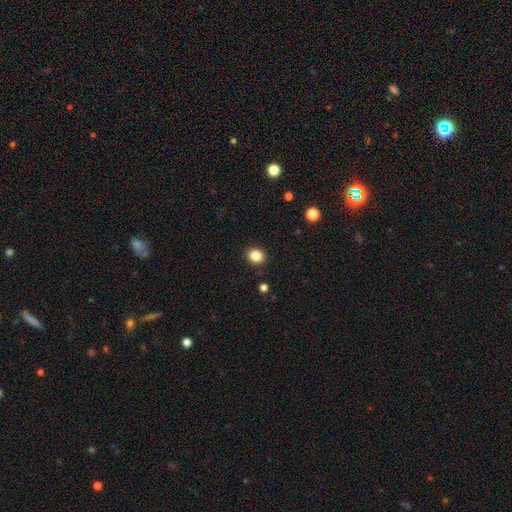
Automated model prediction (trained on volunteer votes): The model was most divided on "how rounded": round: 75%, in between: 24%, cigar-shaped: 1%. More confident: merging — none (91%); smooth or featured — smooth (85%).